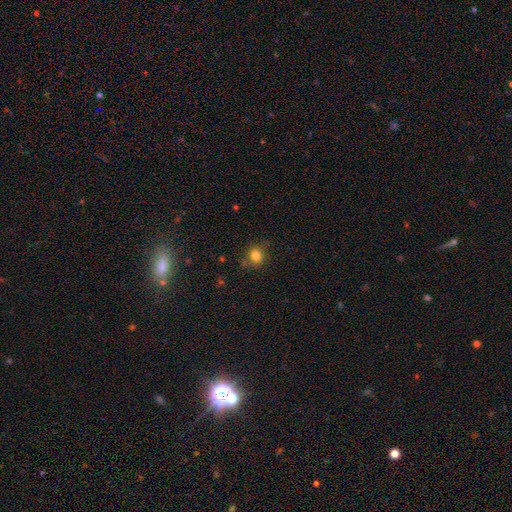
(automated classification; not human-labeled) Overall: smooth (80%). How rounded: round (80%). Merging: none (77%).